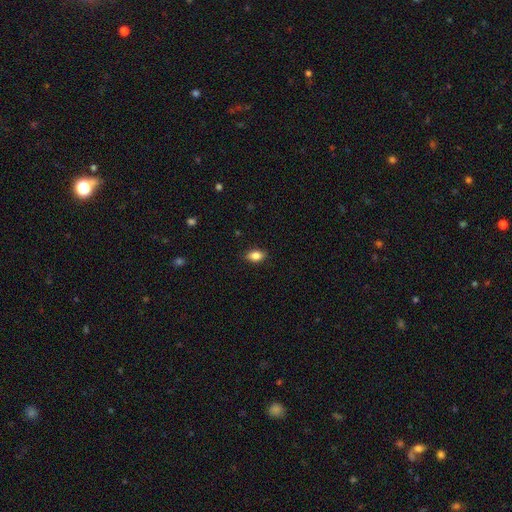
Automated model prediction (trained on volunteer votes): This is clearly a smooth galaxy (85%). How rounded: clearly in between (86%). Merging: clearly none (87%).